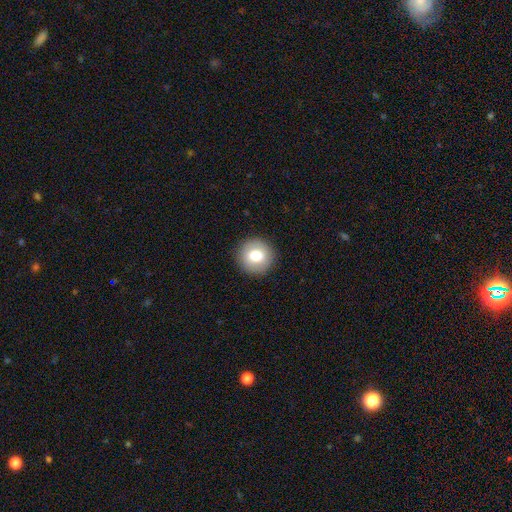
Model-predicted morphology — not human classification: A smooth galaxy with no disk features (76%) that is round (93%).

Vote fractions:
- Smooth or featured? smooth: 76% / featured or disk: 15% / star or artifact: 9%
- How rounded? round: 93% / in between: 6% / cigar-shaped: 1%
- Merging? none: 92% / minor disturbance: 6% / major disturbance: 2% / merger: 1%